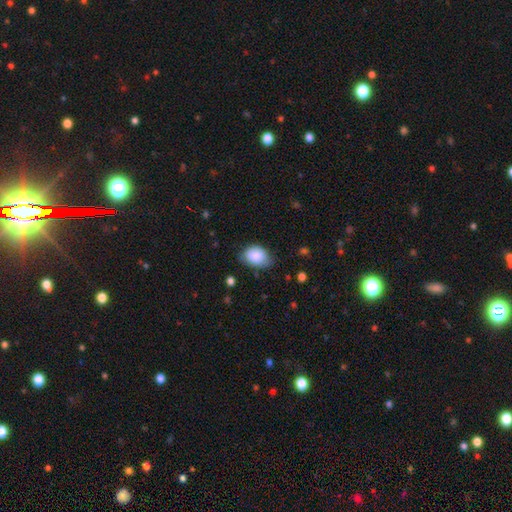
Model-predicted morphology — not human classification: Smooth or featured? smooth (87%)
How rounded? in between (74%)
Merging? none (62%)